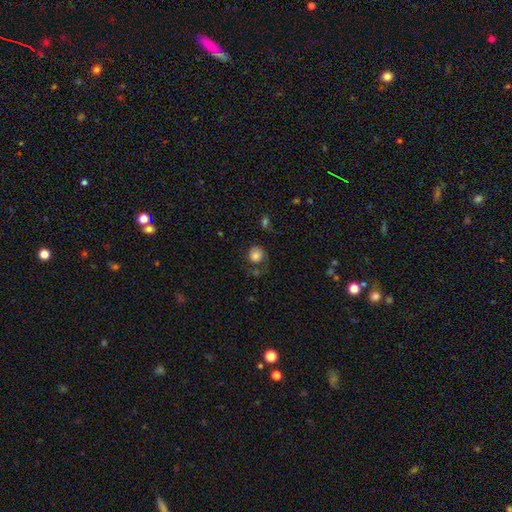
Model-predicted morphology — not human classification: A smooth galaxy with no disk features (75%) that is round (79%).

Vote fractions:
- Smooth or featured? smooth: 75% / featured or disk: 15% / star or artifact: 9%
- How rounded? round: 79% / in between: 20% / cigar-shaped: 1%
- Merging? none: 49% / major disturbance: 24% / minor disturbance: 21% / merger: 5%